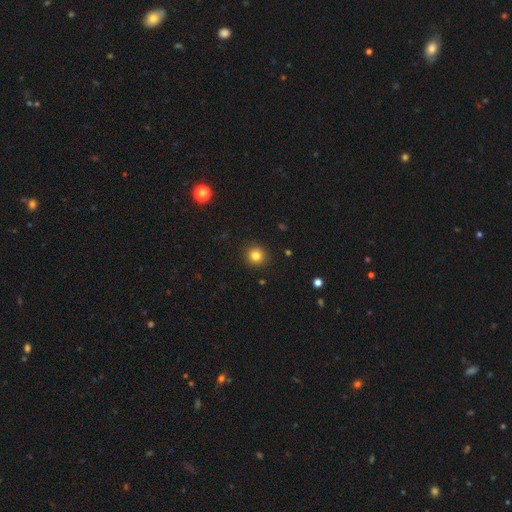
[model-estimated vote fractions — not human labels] Smooth or featured?
  - smooth: 82% *
  - star or artifact: 12%
  - featured or disk: 6%
How rounded?
  - round: 93% *
  - in between: 7%
  - cigar-shaped: 1%
Merging?
  - none: 91% *
  - minor disturbance: 6%
  - major disturbance: 2%
  - merger: 1%